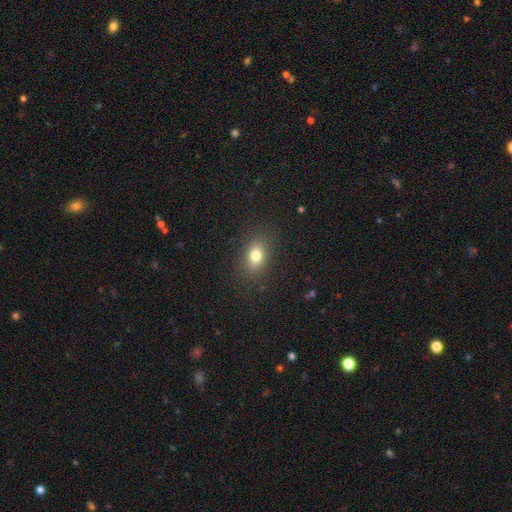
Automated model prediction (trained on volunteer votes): This appears to be a smooth galaxy with no disk features (79%) that is in between round and cigar-shaped (75%). Merging: none (86%).